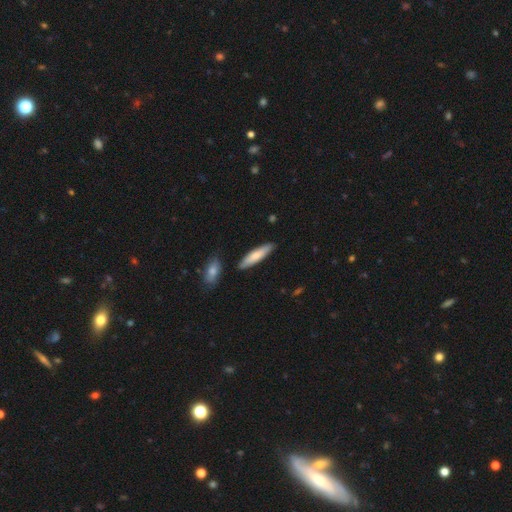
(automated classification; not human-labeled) A smooth galaxy with no disk features (72%) that is cigar-shaped (77%).

Vote fractions:
- Smooth or featured? smooth: 72% / featured or disk: 22% / star or artifact: 5%
- How rounded? cigar-shaped: 77% / in between: 21% / round: 1%
- Merging? none: 85% / minor disturbance: 10% / merger: 3% / major disturbance: 2%